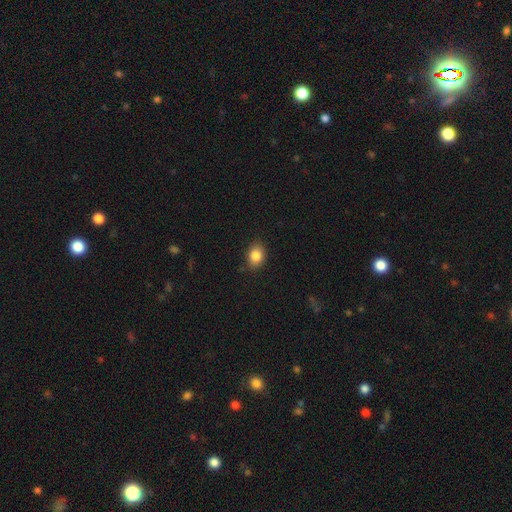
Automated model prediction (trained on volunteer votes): A smooth galaxy with no disk features (85%) that is in between round and cigar-shaped (63%).

Vote fractions:
- Smooth or featured? smooth: 85% / star or artifact: 9% / featured or disk: 6%
- How rounded? in between: 63% / round: 36% / cigar-shaped: 1%
- Merging? none: 85% / minor disturbance: 12% / major disturbance: 2% / merger: 1%